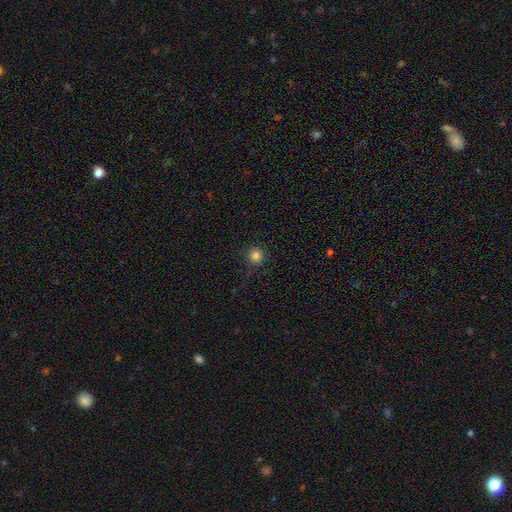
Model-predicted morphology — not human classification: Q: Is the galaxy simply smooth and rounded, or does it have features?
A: smooth — 83%.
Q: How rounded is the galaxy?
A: round — 95%.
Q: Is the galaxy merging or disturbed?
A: none — 89%.